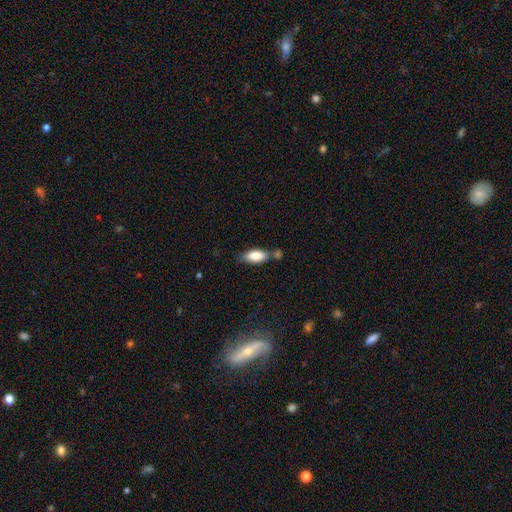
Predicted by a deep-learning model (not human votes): A smooth galaxy with no disk features (83%) that is in between round and cigar-shaped (85%).

Vote fractions:
- Smooth or featured? smooth: 83% / featured or disk: 10% / star or artifact: 7%
- How rounded? in between: 85% / cigar-shaped: 13% / round: 3%
- Merging? none: 56% / merger: 20% / minor disturbance: 19% / major disturbance: 5%